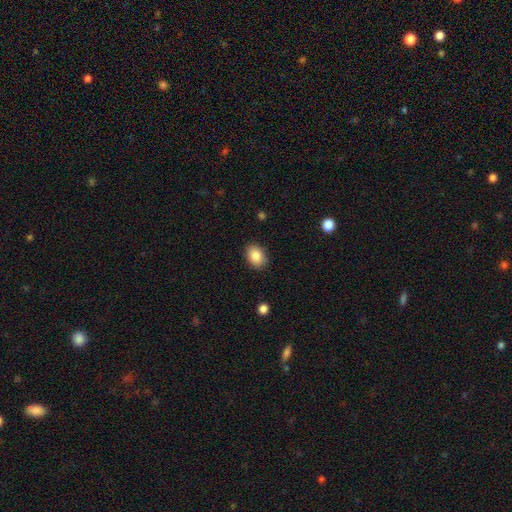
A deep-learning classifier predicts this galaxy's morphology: The model was most divided on "how rounded": in between: 76%, round: 23%, cigar-shaped: 1%. More confident: merging — none (87%); smooth or featured — smooth (86%).